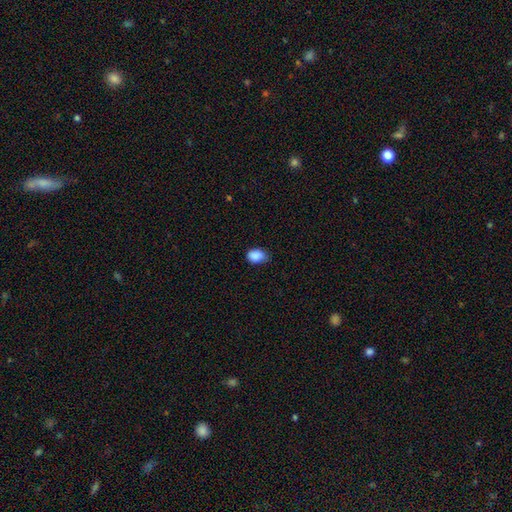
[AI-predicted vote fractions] The model was most divided on "merging": none: 70%, minor disturbance: 26%, major disturbance: 4%, merger: 1%. More confident: smooth or featured — smooth (89%); how rounded — in between (76%).